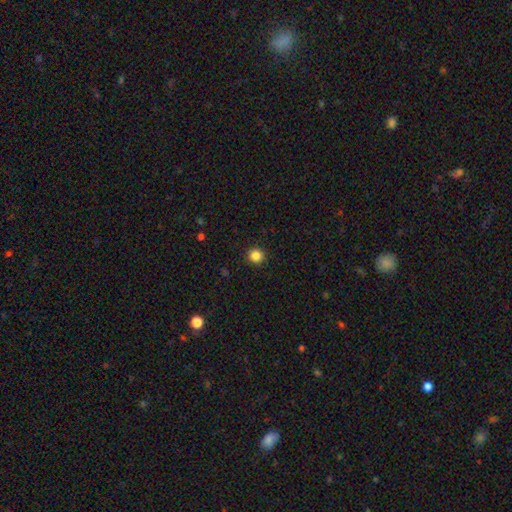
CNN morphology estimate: Smooth or featured?
  - smooth: 85% *
  - star or artifact: 11%
  - featured or disk: 3%
How rounded?
  - round: 94% *
  - in between: 6%
  - cigar-shaped: 1%
Merging?
  - none: 92% *
  - minor disturbance: 5%
  - major disturbance: 2%
  - merger: 1%